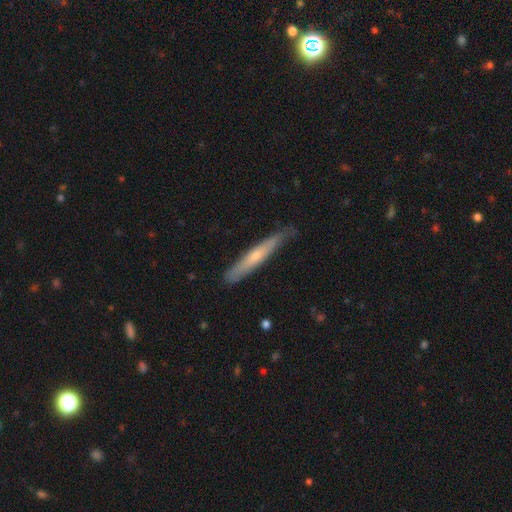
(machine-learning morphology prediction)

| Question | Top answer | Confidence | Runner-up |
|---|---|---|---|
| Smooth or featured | smooth | 47% | tied: featured or disk (47%) |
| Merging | none | 80% | minor disturbance (16%) |